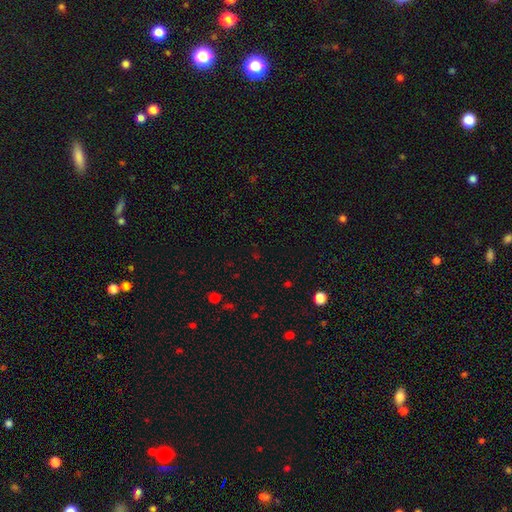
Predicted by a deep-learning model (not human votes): Smooth or featured? star or artifact (62%)